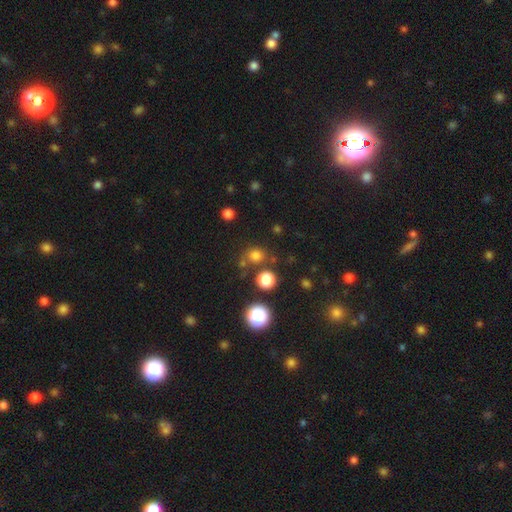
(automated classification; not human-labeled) A smooth galaxy with no disk features (74%) that is round (86%).

Vote fractions:
- Smooth or featured? smooth: 74% / star or artifact: 21% / featured or disk: 5%
- How rounded? round: 86% / in between: 13% / cigar-shaped: 1%
- Merging? none: 74% / merger: 12% / minor disturbance: 10% / major disturbance: 4%